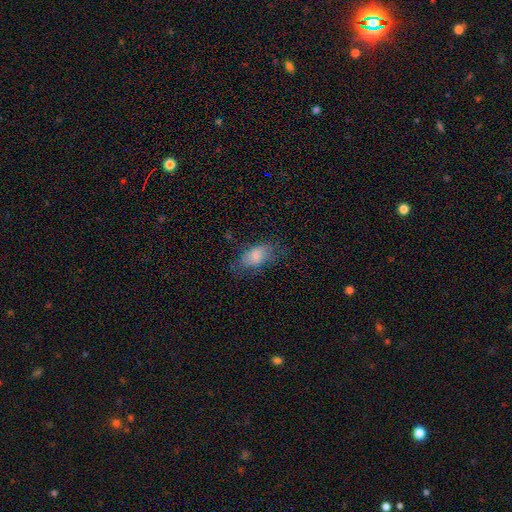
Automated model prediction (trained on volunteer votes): Smooth or featured? Predicted: smooth (p=0.75). How rounded? Predicted: in between (p=0.89). Merging? Predicted: none (p=0.60).